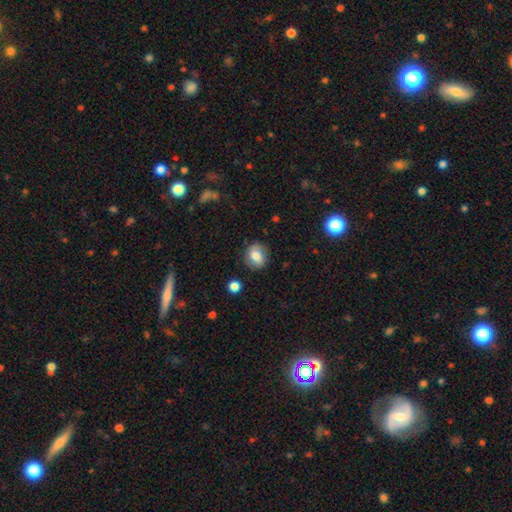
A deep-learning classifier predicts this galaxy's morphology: Smooth or featured? Predicted: smooth (p=0.73). How rounded? Predicted: round (p=0.72). Merging? Predicted: none (p=0.81).